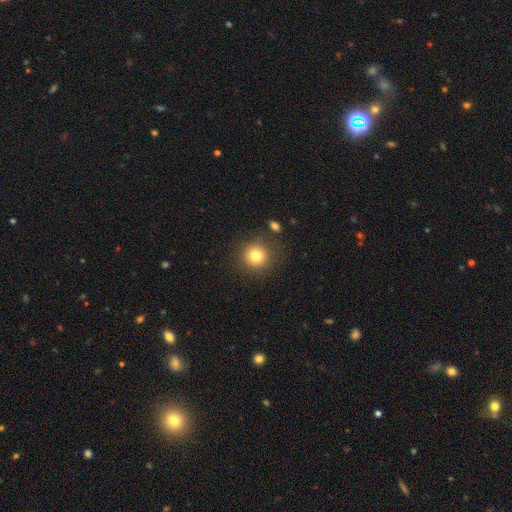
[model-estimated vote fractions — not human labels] smooth 79%, star or artifact 12%, featured or disk 9%. Down the decision tree: how rounded — round (93%); merging — none (86%).